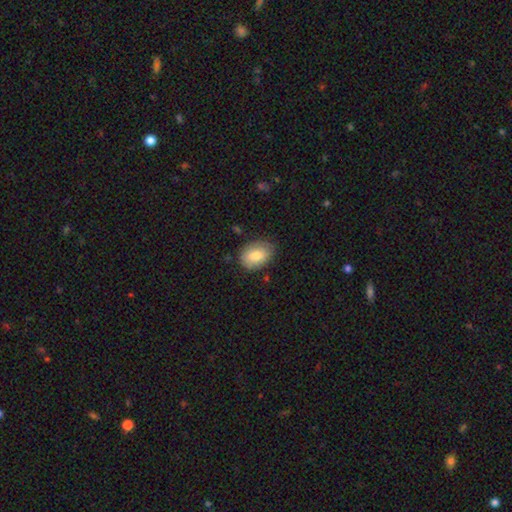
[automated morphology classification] Smooth or featured: smooth — 80% (featured or disk — 13%)
How rounded: in between — 83% (round — 16%)
Merging: none — 78% (minor disturbance — 17%)